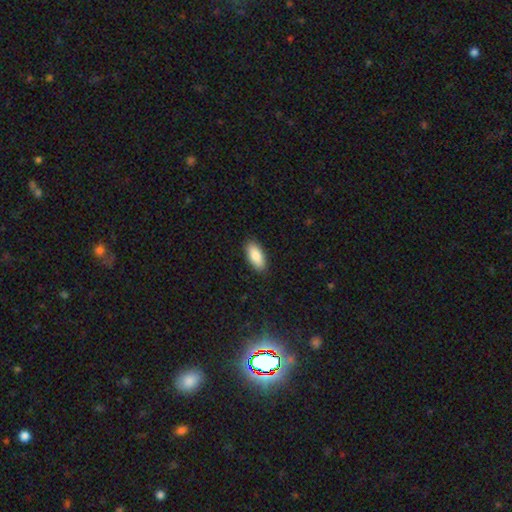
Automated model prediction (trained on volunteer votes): Morphology: type=smooth (88%); roundness=in between (87%); merging=none (89%).